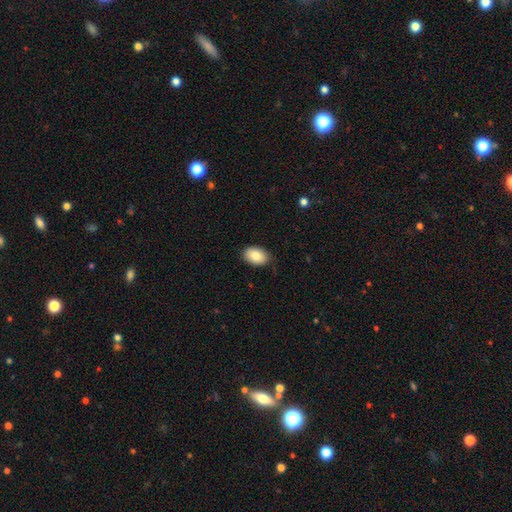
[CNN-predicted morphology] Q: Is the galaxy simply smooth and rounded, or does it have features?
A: smooth — 85%.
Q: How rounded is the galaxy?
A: in between — 89%.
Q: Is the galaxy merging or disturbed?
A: none — 81%.